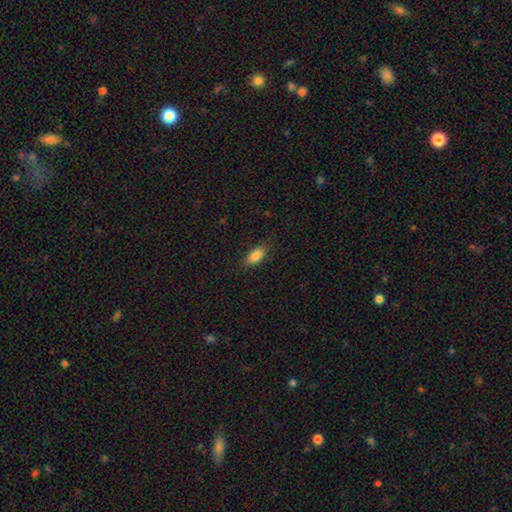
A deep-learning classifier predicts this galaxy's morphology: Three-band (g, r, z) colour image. It shows a smooth galaxy with no disk features (86%) that is in between round and cigar-shaped (88%). Merging: none (84%).